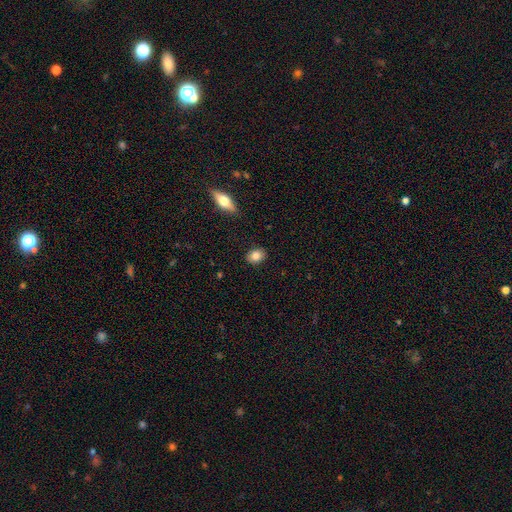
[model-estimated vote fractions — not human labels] Smooth or featured?
  - smooth: 83% *
  - featured or disk: 9%
  - star or artifact: 8%
How rounded?
  - in between: 60% *
  - round: 38%
  - cigar-shaped: 2%
Merging?
  - none: 88% *
  - minor disturbance: 9%
  - major disturbance: 2%
  - merger: 1%